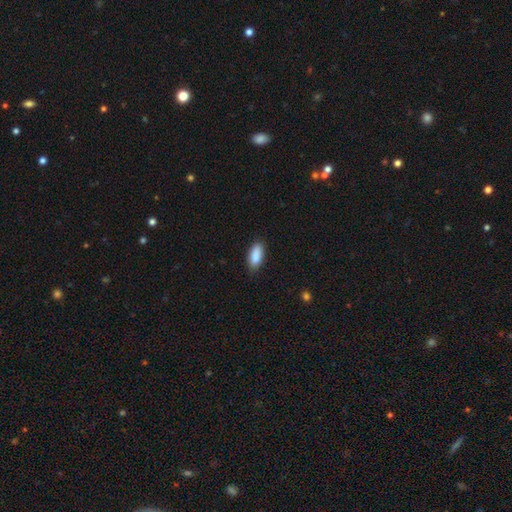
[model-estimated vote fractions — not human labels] A smooth galaxy with no disk features (89%) that is in between round and cigar-shaped (84%). Merging: none (83%).